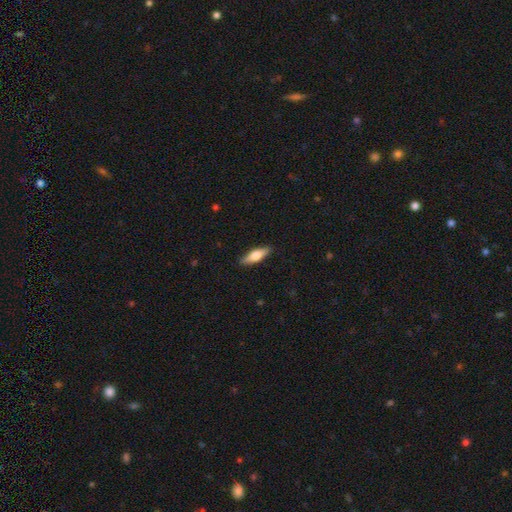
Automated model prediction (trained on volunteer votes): Smooth or featured? smooth (62%)
How rounded? cigar-shaped (52%)
Merging? none (88%)